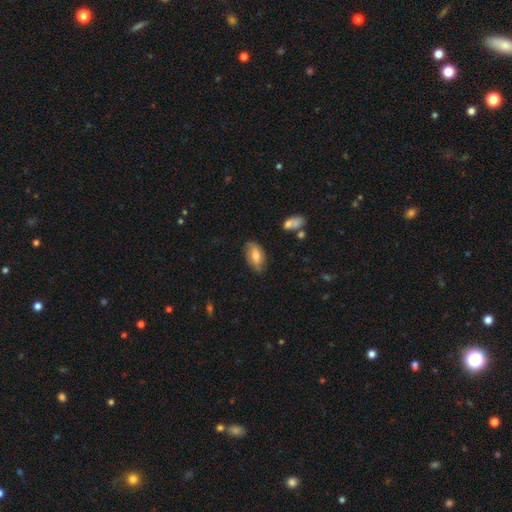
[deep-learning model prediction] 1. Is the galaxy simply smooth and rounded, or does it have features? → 71% smooth, 22% featured or disk, 7% star or artifact.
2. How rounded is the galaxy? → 91% in between, 5% cigar-shaped, 4% round.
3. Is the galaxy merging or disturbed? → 73% none, 21% minor disturbance, 4% major disturbance, 2% merger.